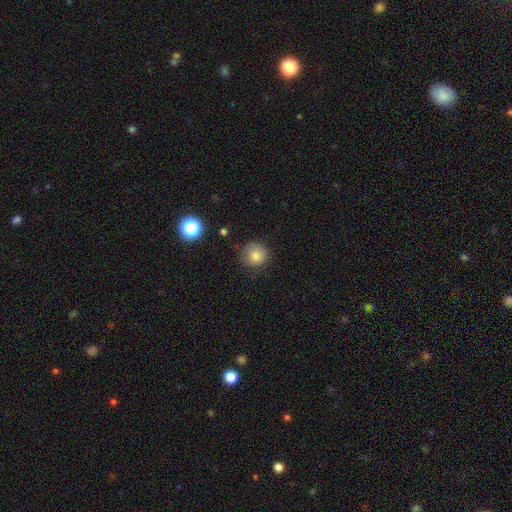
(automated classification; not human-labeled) The model was most divided on "merging": none: 80%, minor disturbance: 15%, major disturbance: 4%, merger: 2%. More confident: how rounded — round (92%); smooth or featured — smooth (81%).